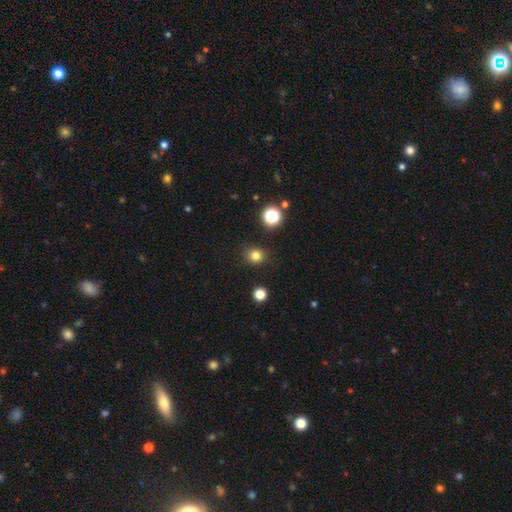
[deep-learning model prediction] Morphology: type=smooth (80%); roundness=round (88%); merging=none (89%).